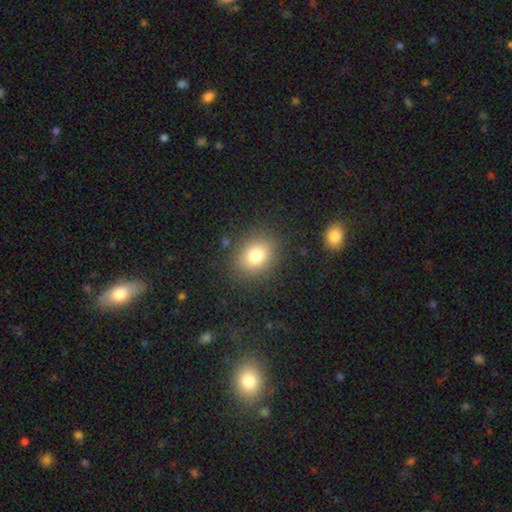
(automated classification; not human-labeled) This is likely a smooth galaxy (79%). How rounded: possibly round (53%). Merging: clearly none (85%).